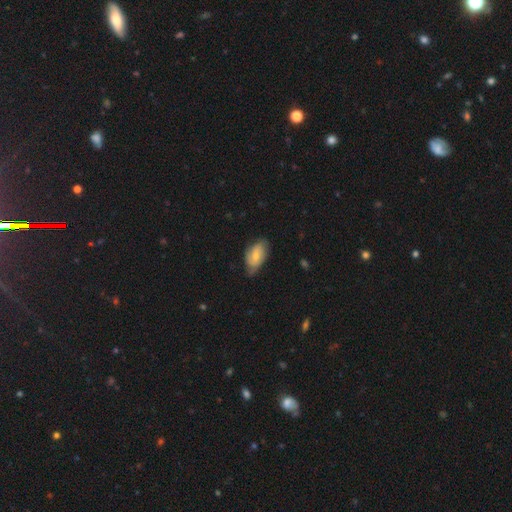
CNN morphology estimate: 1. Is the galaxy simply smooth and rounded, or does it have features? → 48% smooth, 46% featured or disk, 6% star or artifact.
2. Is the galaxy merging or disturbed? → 57% none, 33% minor disturbance, 8% major disturbance, 1% merger.